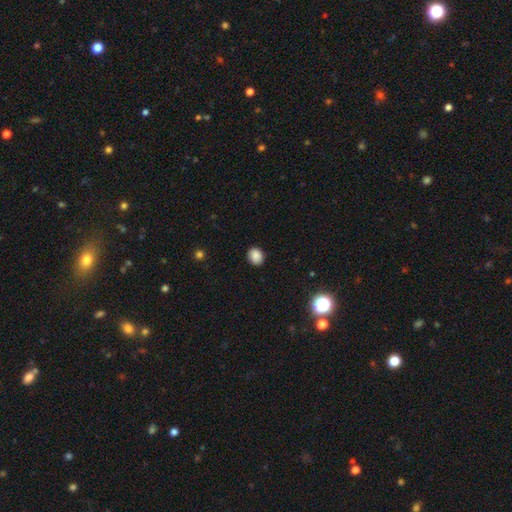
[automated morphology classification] Smooth or featured? Predicted: smooth (p=0.87). How rounded? Predicted: round (p=0.55). Merging? Predicted: none (p=0.88).